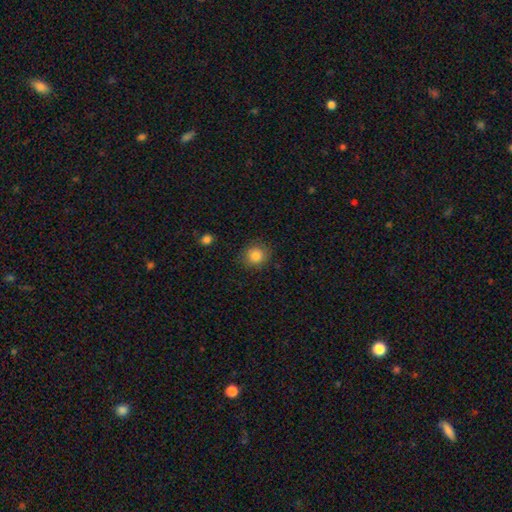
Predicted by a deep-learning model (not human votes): Smooth or featured: smooth — 84% (star or artifact — 10%)
How rounded: round — 82% (in between — 17%)
Merging: none — 84% (minor disturbance — 12%)